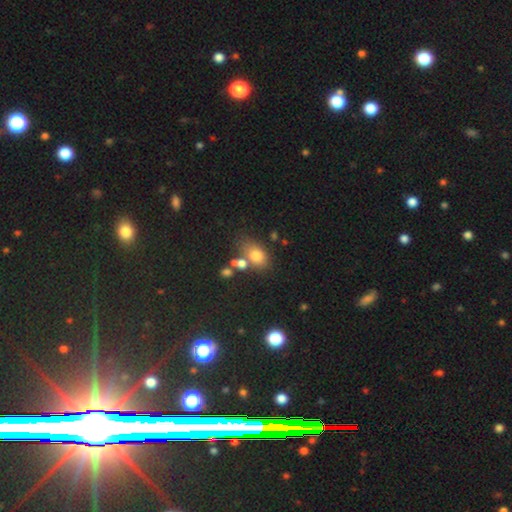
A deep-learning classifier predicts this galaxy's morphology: type=smooth (74%); roundness=in between (73%); merging=none (53%).